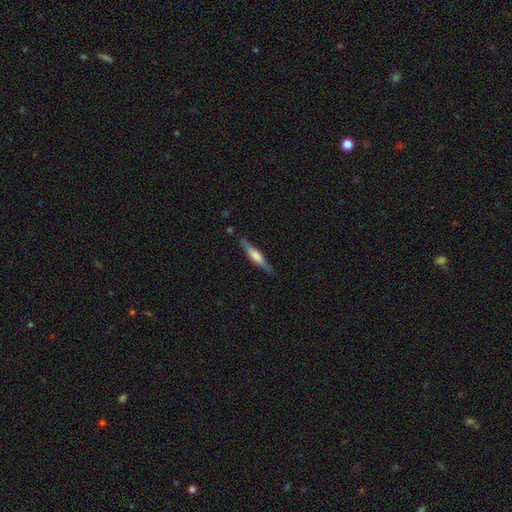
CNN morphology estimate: smooth-or-featured: featured or disk: 53% | smooth: 41% | star or artifact: 6%
  disk-edge-on: yes: 95% | no: 5%
    edge-on-bulge: rounded: 58% | boxy: 31% | none: 11%
  merging: none: 85% | minor disturbance: 11% | major disturbance: 2% | merger: 2%